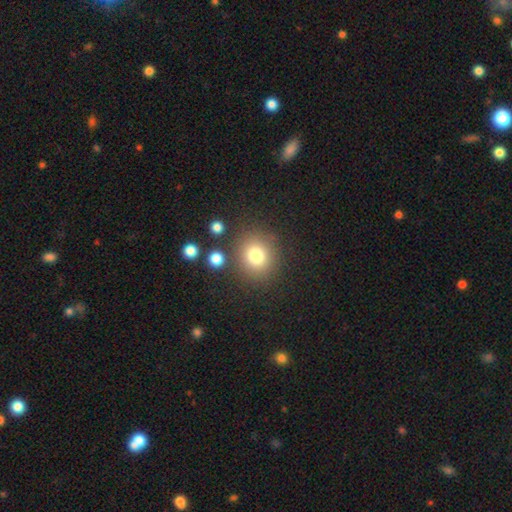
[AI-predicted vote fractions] smooth 78%, star or artifact 13%, featured or disk 9%. Down the decision tree: how rounded — round (84%); merging — none (82%).